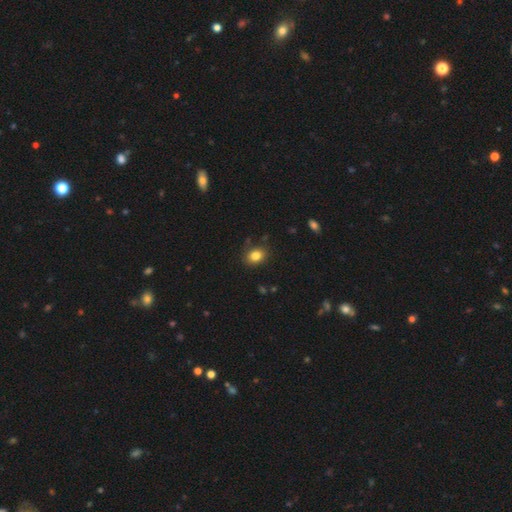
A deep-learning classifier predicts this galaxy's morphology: The model was most divided on "how rounded": in between: 57%, round: 42%, cigar-shaped: 1%. More confident: merging — none (85%); smooth or featured — smooth (83%).